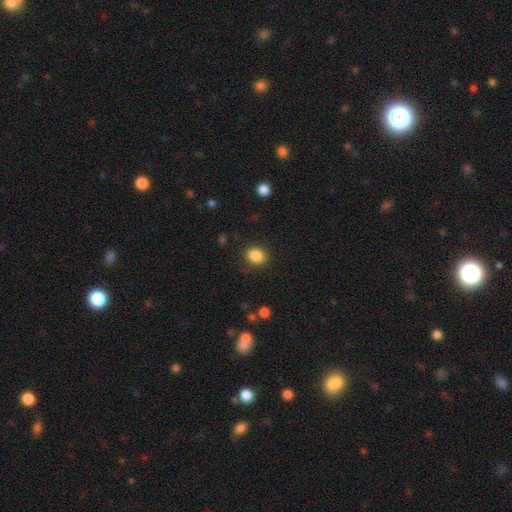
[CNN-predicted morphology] The model was most divided on "how rounded": round: 55%, in between: 44%, cigar-shaped: 1%. More confident: smooth or featured — smooth (87%); merging — none (87%).